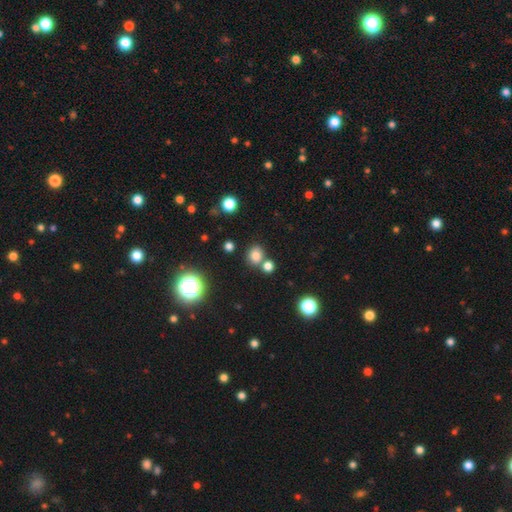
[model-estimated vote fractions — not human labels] smooth_or_featured: smooth (p=0.77) [alt: star or artifact p=0.17]
how_rounded: round (p=0.68) [alt: in between p=0.31]
merging: none (p=0.68) [alt: merger p=0.20]